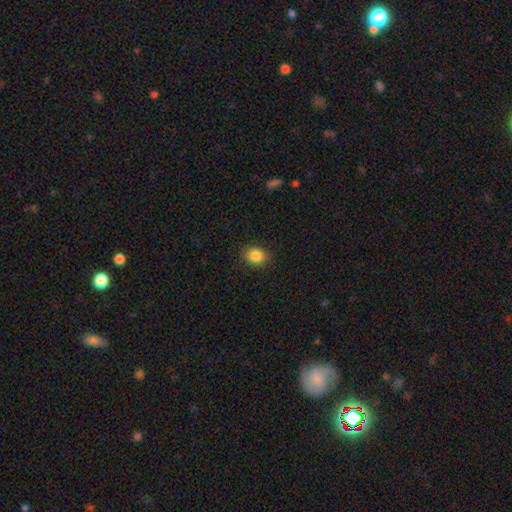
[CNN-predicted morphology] Q: Smooth or featured?
A: smooth (85%); runner-up: star or artifact (10%)
Q: How rounded?
A: round (58%); runner-up: in between (41%)
Q: Merging?
A: none (87%); runner-up: minor disturbance (9%)